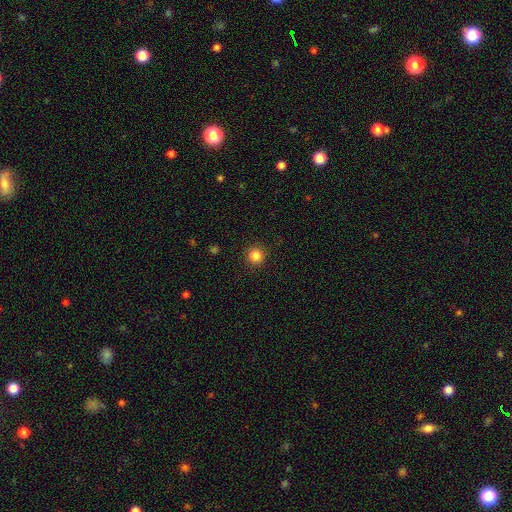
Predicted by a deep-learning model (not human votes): A smooth galaxy with no disk features (85%) that is round (95%).

Vote fractions:
- Smooth or featured? smooth: 85% / star or artifact: 11% / featured or disk: 4%
- How rounded? round: 95% / in between: 4% / cigar-shaped: 1%
- Merging? none: 92% / minor disturbance: 5% / major disturbance: 2% / merger: 1%